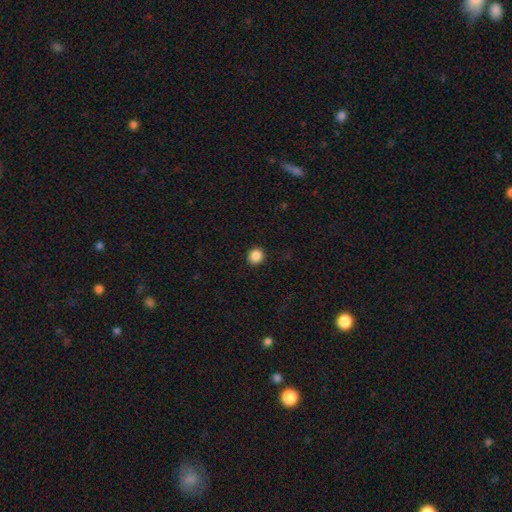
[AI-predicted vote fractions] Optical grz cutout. It shows a smooth galaxy with no disk features (87%) that is round (88%). Merging: none (92%).